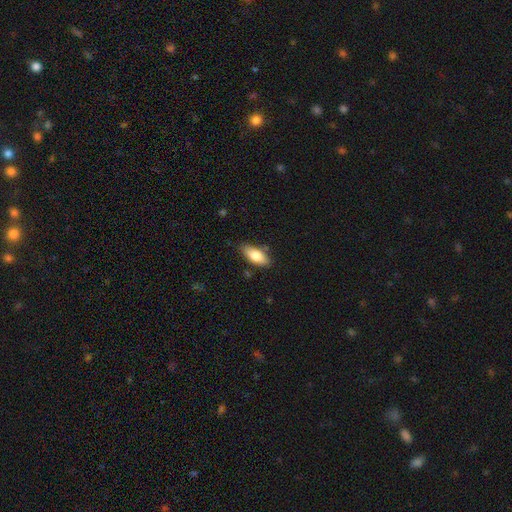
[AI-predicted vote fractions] A smooth galaxy with no disk features (78%) that is in between round and cigar-shaped (83%). Merging: none (79%).